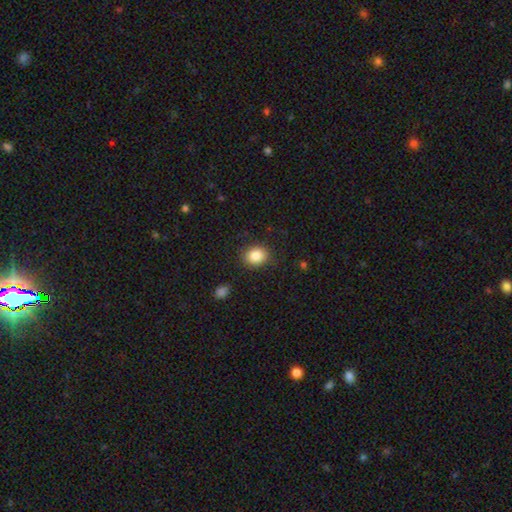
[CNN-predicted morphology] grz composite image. It shows a smooth galaxy with no disk features (86%) that is round (59%). Merging: none (85%).